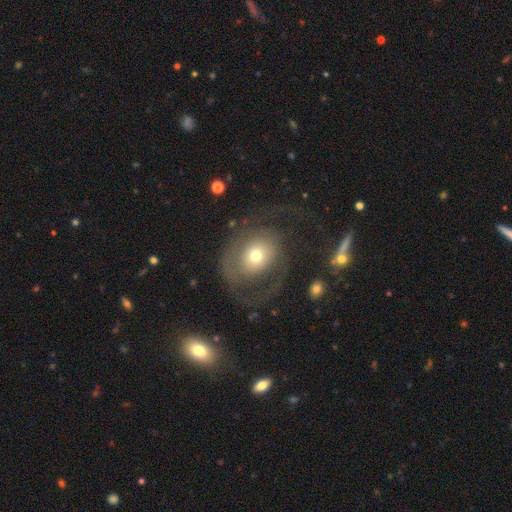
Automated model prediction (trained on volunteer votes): The model was most divided on "merging" (2-way tie): major disturbance: 42%, none: 42%, minor disturbance: 14%, merger: 3%. More confident: edge-on disk — no (96%); bar — no (81%); spiral arms — yes (65%); smooth or featured — featured or disk (56%); bulge size — moderate (51%).